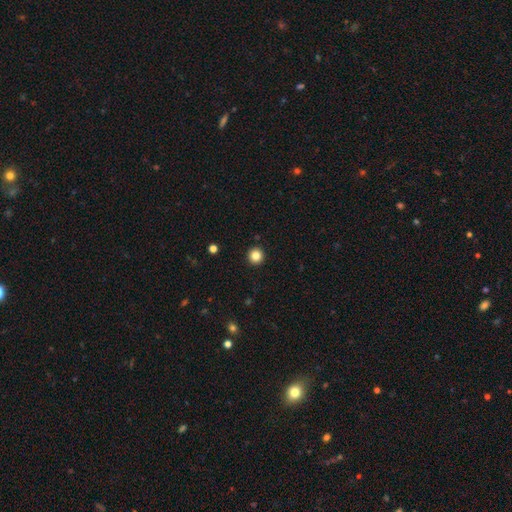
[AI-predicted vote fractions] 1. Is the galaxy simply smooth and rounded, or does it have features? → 84% smooth, 11% star or artifact, 5% featured or disk.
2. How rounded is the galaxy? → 95% round, 4% in between, 1% cigar-shaped.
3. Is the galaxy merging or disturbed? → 94% none, 4% minor disturbance, 1% major disturbance, 1% merger.